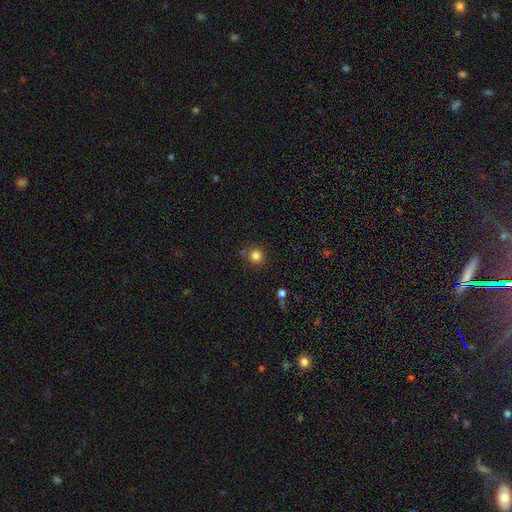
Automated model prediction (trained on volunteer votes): Q: Smooth or featured?
A: smooth (83%); runner-up: star or artifact (12%)
Q: How rounded?
A: round (91%); runner-up: in between (8%)
Q: Merging?
A: none (78%); runner-up: minor disturbance (12%)